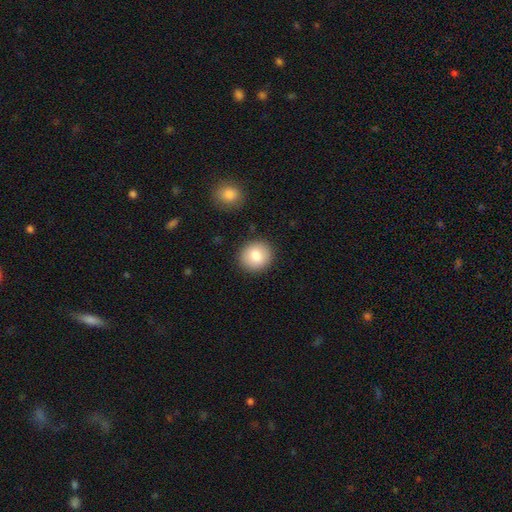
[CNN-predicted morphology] A smooth galaxy with no disk features (82%) that is round (85%).

Vote fractions:
- Smooth or featured? smooth: 82% / featured or disk: 10% / star or artifact: 8%
- How rounded? round: 85% / in between: 14% / cigar-shaped: 1%
- Merging? none: 89% / minor disturbance: 7% / major disturbance: 2% / merger: 2%